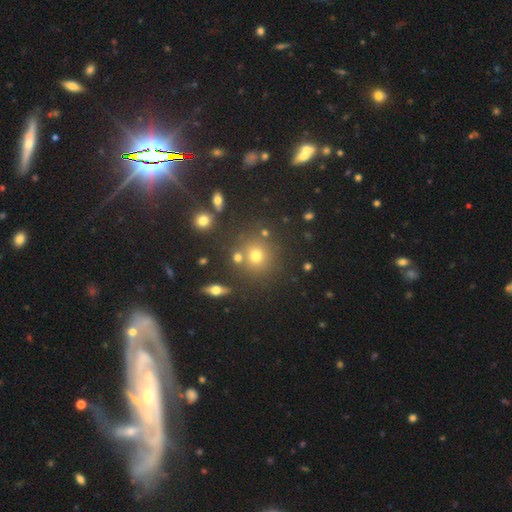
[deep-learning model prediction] Q: Smooth or featured?
A: smooth (67%); runner-up: star or artifact (21%)
Q: How rounded?
A: round (89%); runner-up: in between (10%)
Q: Merging?
A: none (77%); runner-up: merger (10%)